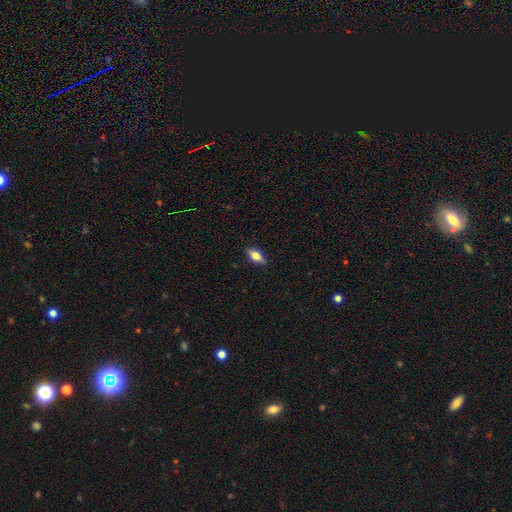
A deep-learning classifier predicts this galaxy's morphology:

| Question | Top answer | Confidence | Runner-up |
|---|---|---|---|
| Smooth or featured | smooth | 67% | featured or disk (25%) |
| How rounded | in between | 82% | cigar-shaped (14%) |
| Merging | none | 87% | minor disturbance (10%) |